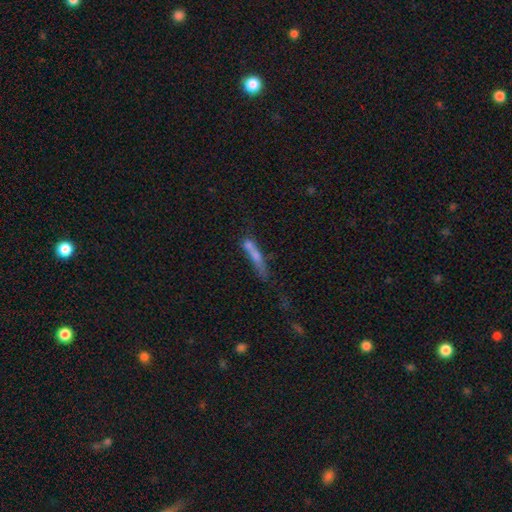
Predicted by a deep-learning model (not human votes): smooth_or_featured: smooth (p=0.58) [alt: featured or disk p=0.31]
how_rounded: cigar-shaped (p=0.84) [alt: in between p=0.13]
merging: none (p=0.37) [alt: merger p=0.30]